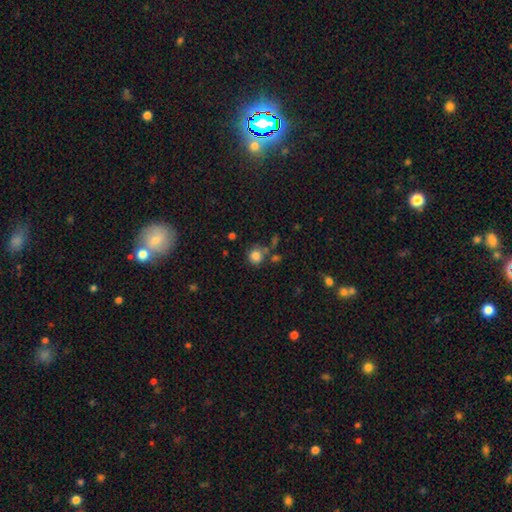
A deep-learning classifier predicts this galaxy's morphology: Smooth or featured? Predicted: smooth (p=0.83). How rounded? Predicted: round (p=0.87). Merging? Predicted: none (p=0.65).